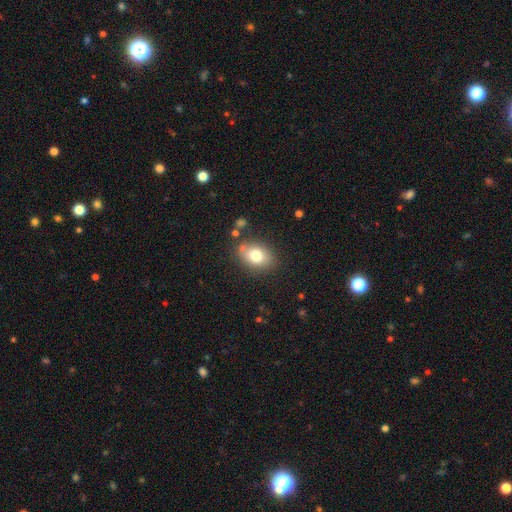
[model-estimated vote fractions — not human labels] A smooth galaxy with no disk features (77%) that is in between round and cigar-shaped (69%).

Vote fractions:
- Smooth or featured? smooth: 77% / featured or disk: 14% / star or artifact: 10%
- How rounded? in between: 69% / round: 30% / cigar-shaped: 1%
- Merging? none: 75% / minor disturbance: 16% / merger: 5% / major disturbance: 4%